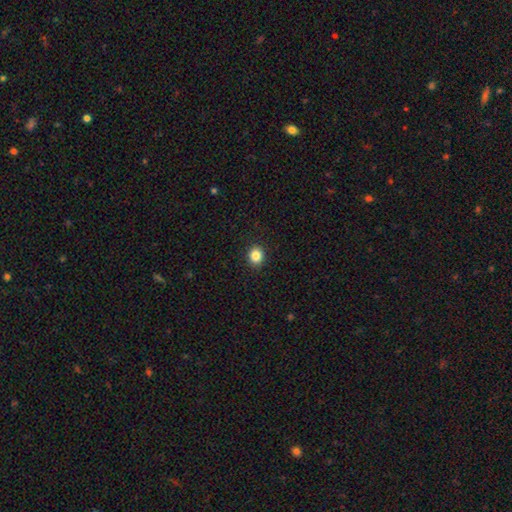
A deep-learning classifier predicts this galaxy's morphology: Smooth or featured? Predicted: smooth (p=0.85). How rounded? Predicted: round (p=0.74). Merging? Predicted: none (p=0.92).